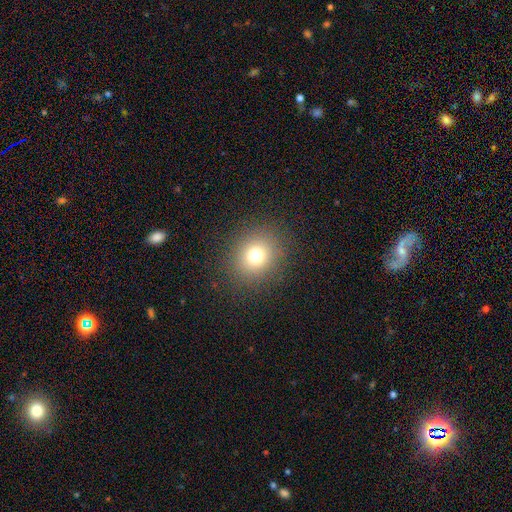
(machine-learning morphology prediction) smooth 73%, star or artifact 18%, featured or disk 9%. Down the decision tree: how rounded — round (82%); merging — none (88%).